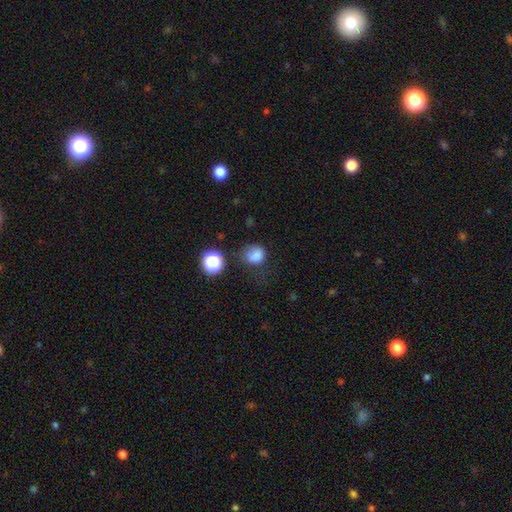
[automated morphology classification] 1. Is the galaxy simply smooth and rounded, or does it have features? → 78% smooth, 14% star or artifact, 8% featured or disk.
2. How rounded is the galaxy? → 70% round, 30% in between, 1% cigar-shaped.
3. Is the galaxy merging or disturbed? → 48% none, 30% minor disturbance, 17% major disturbance, 5% merger.